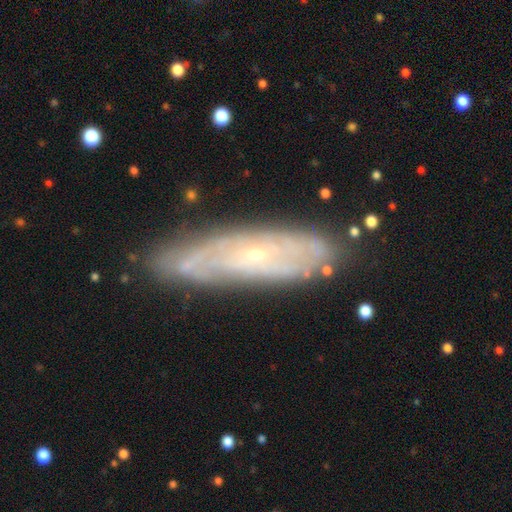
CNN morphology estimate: A featured or disk galaxy (75%) with no bar (74%), spiral arms (82%) and a small central bulge (85%).

Vote fractions:
- Smooth or featured? featured or disk: 75% / smooth: 17% / star or artifact: 7%
- Edge-on disk? no: 73% / yes: 27%
- Bar? no: 74% / weak: 20% / strong: 5%
- Spiral arms? yes: 82% / no: 18%
- Bulge size? small: 85% / moderate: 11% / none: 2% / large: 1% / dominant: 1%
- Merging? none: 81% / minor disturbance: 14% / major disturbance: 3% / merger: 2%